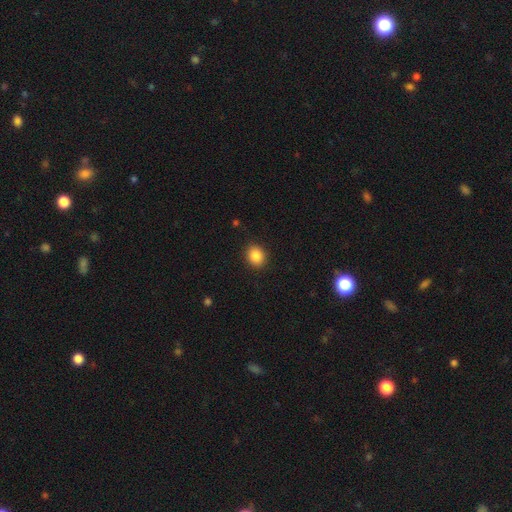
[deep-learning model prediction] Smooth or featured?
  - smooth: 87% *
  - star or artifact: 9%
  - featured or disk: 4%
How rounded?
  - round: 63% *
  - in between: 36%
  - cigar-shaped: 1%
Merging?
  - none: 89% *
  - minor disturbance: 7%
  - major disturbance: 2%
  - merger: 1%